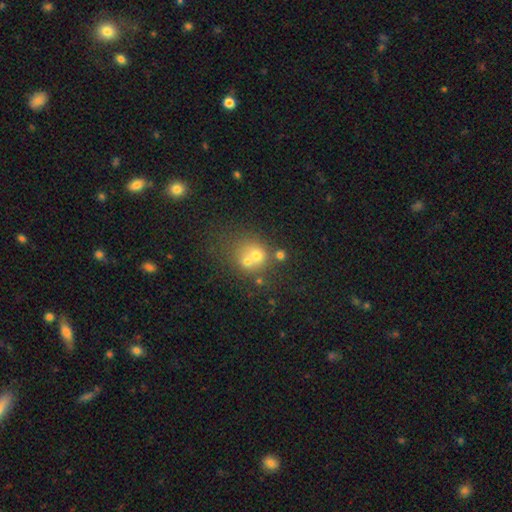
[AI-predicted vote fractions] This is likely a smooth galaxy (61%). How rounded: likely round (78%). Merging: possibly merger (50%).